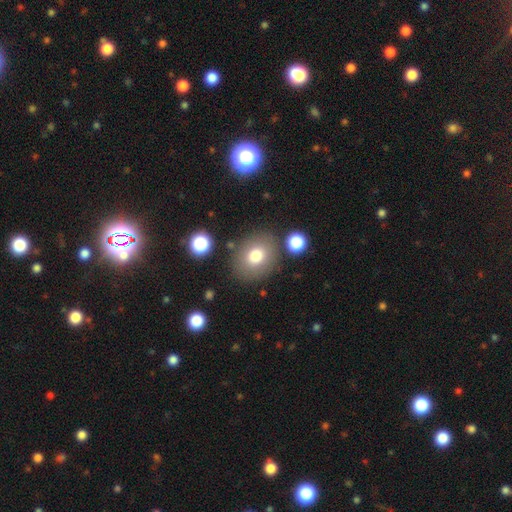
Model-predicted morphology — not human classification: smooth_or_featured: smooth (p=0.75) [alt: featured or disk p=0.13]
how_rounded: round (p=0.61) [alt: in between p=0.39]
merging: none (p=0.78) [alt: minor disturbance p=0.11]